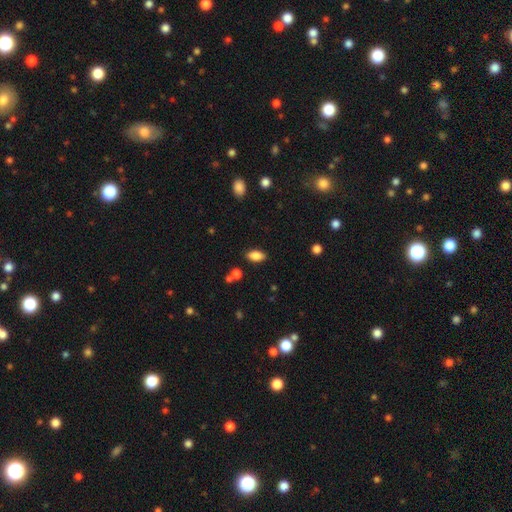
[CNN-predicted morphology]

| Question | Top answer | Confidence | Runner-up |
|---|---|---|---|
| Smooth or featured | smooth | 85% | star or artifact (8%) |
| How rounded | in between | 90% | cigar-shaped (6%) |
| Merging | none | 86% | minor disturbance (9%) |